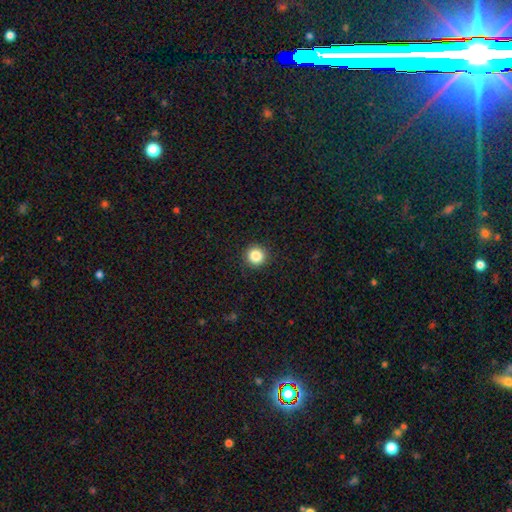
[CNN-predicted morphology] Smooth or featured: smooth — 85% (star or artifact — 11%)
How rounded: round — 95% (in between — 4%)
Merging: none — 92% (minor disturbance — 5%)